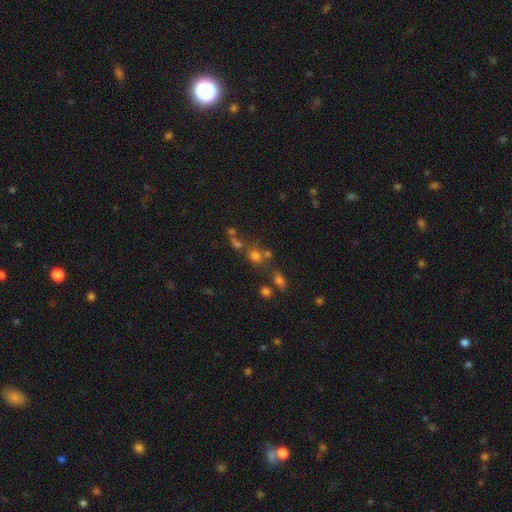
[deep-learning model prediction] Morphology: type=smooth (59%); roundness=round (80%); merging=none (55%).